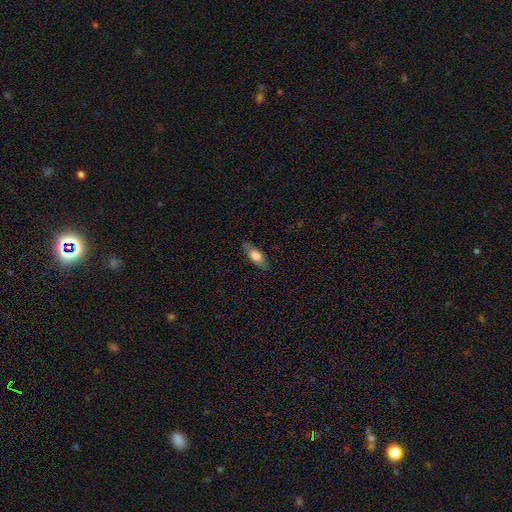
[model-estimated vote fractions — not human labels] smooth-or-featured: smooth: 70% | featured or disk: 24% | star or artifact: 7%
  how-rounded: in between: 75% | cigar-shaped: 22% | round: 3%
  merging: none: 77% | minor disturbance: 17% | major disturbance: 4% | merger: 1%